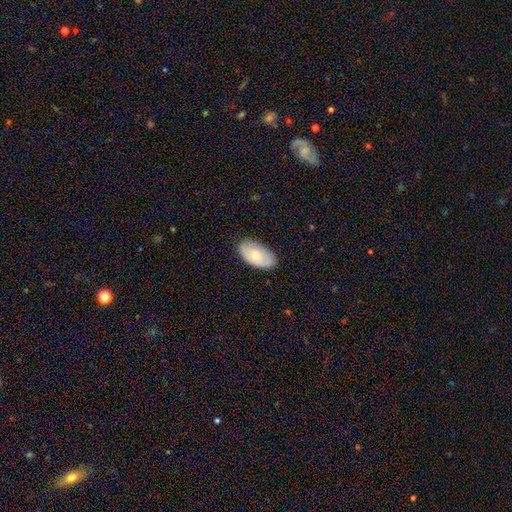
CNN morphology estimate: type=smooth (70%); roundness=in between (95%); merging=none (81%).